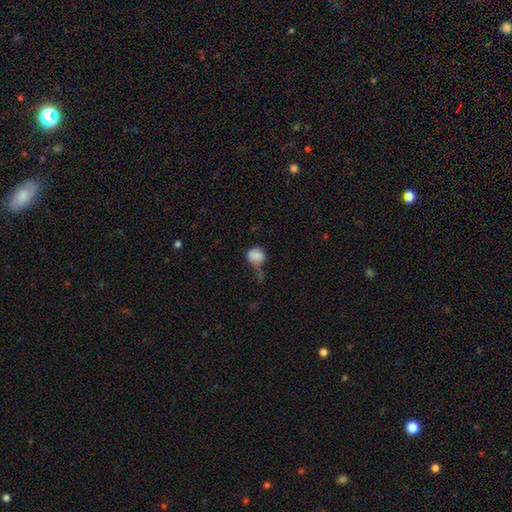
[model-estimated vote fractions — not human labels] A smooth galaxy with no disk features (82%) that is round (65%). Merging: none (31%).